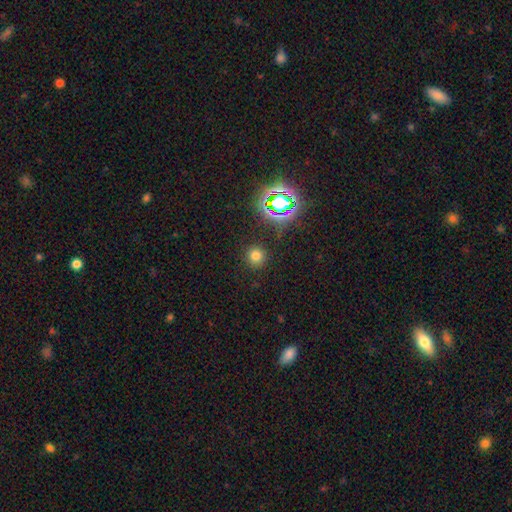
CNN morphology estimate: Smooth or featured? Predicted: smooth (p=0.72). How rounded? Predicted: round (p=0.93). Merging? Predicted: none (p=0.89).